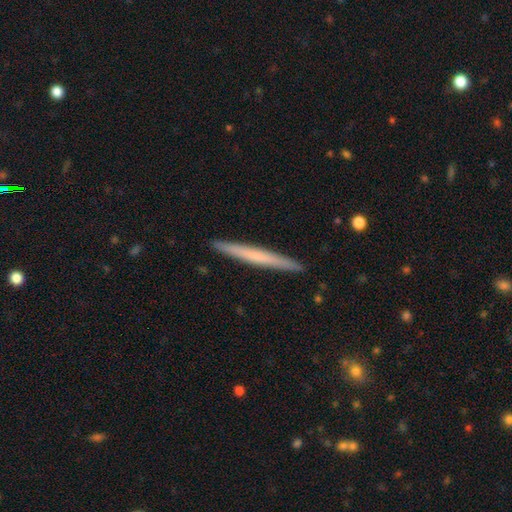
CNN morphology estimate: This is possibly a smooth galaxy (55%). How rounded: clearly cigar-shaped (97%). Merging: clearly none (92%).